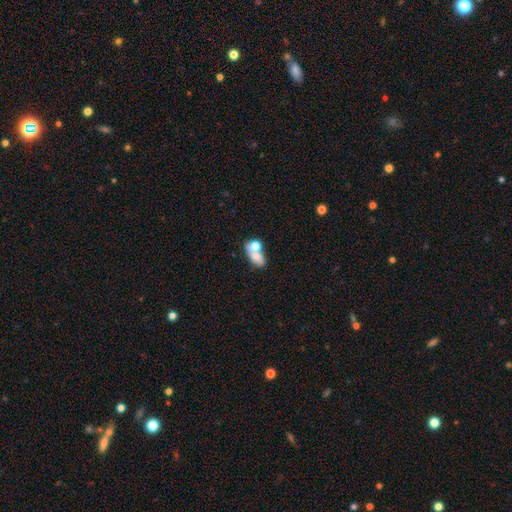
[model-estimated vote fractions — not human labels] The model was most divided on "merging": merger: 62%, none: 23%, minor disturbance: 9%, major disturbance: 6%. More confident: how rounded — in between (73%); smooth or featured — smooth (67%).